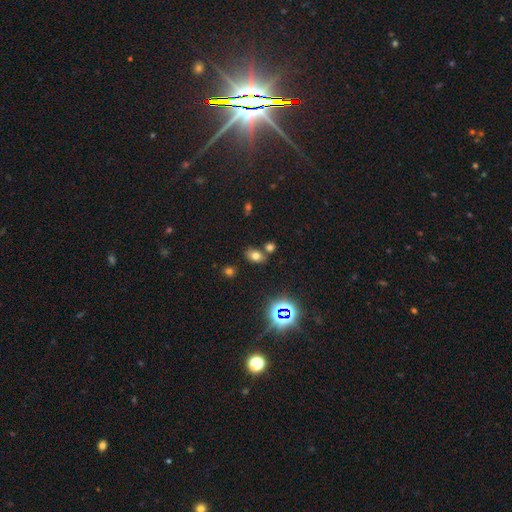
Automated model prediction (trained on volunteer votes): Q: Smooth or featured?
A: smooth (68%); runner-up: star or artifact (22%)
Q: How rounded?
A: in between (77%); runner-up: round (21%)
Q: Merging?
A: none (67%); runner-up: merger (18%)